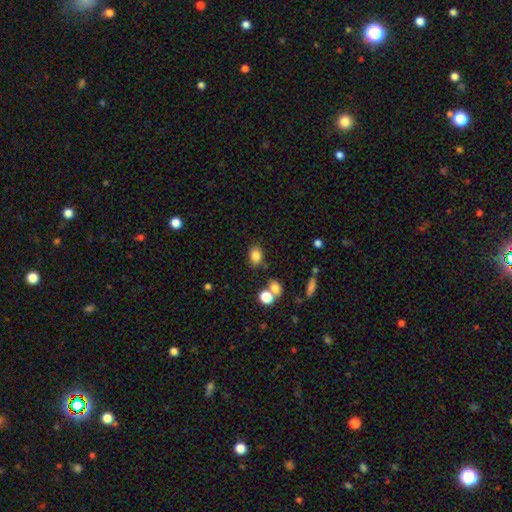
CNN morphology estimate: A smooth galaxy with no disk features (82%) that is in between round and cigar-shaped (62%). Merging: none (75%).